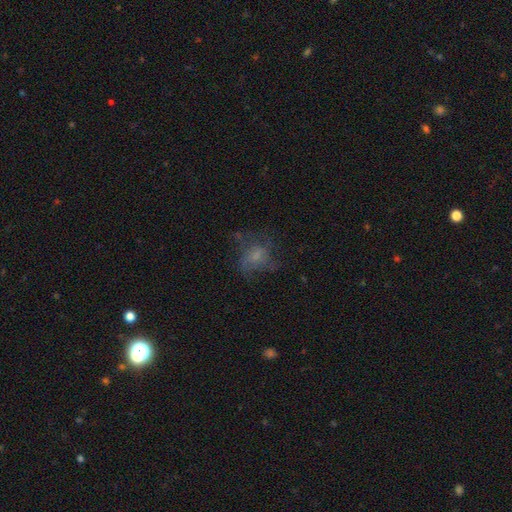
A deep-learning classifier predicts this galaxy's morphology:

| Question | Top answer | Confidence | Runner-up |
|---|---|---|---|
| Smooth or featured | smooth | 44% | featured or disk (39%) |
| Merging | none | 47% | major disturbance (30%) |